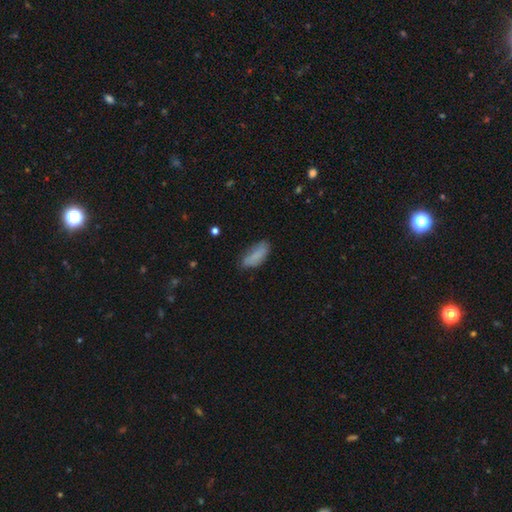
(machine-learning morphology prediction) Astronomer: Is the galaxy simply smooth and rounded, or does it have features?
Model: smooth — 80%.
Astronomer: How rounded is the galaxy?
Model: in between — 81%.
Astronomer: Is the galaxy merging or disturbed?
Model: none — 59%.